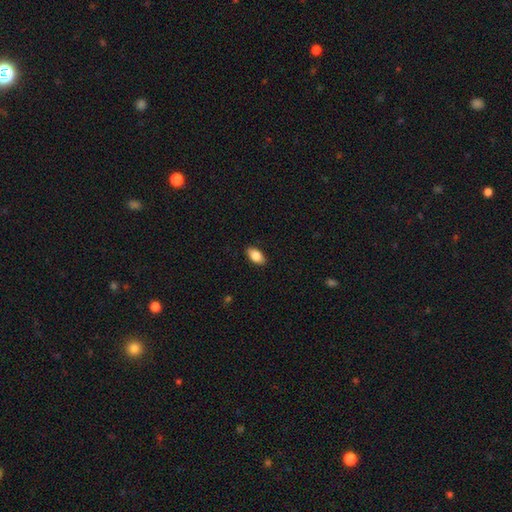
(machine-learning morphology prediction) smooth_or_featured: smooth (p=0.84) [alt: featured or disk p=0.09]
how_rounded: in between (p=0.92) [alt: round p=0.04]
merging: none (p=0.89) [alt: minor disturbance p=0.09]